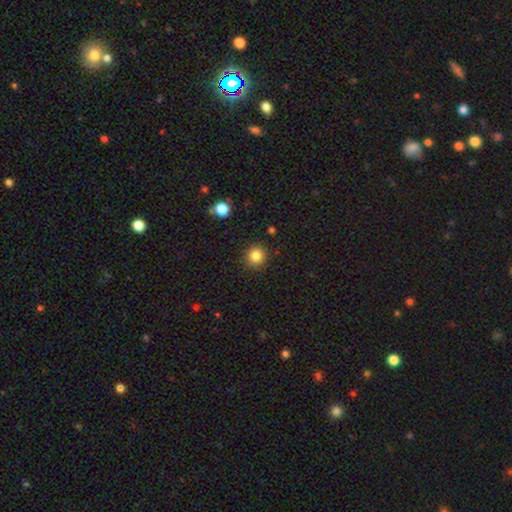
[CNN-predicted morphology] smooth-or-featured: smooth: 84% | star or artifact: 11% | featured or disk: 5%
  how-rounded: round: 91% | in between: 8% | cigar-shaped: 1%
  merging: none: 89% | minor disturbance: 7% | major disturbance: 2% | merger: 2%